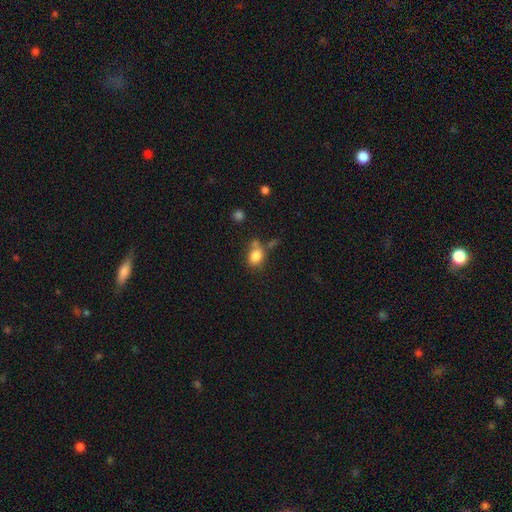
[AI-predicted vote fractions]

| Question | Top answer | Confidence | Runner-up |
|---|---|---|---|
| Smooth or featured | smooth | 82% | star or artifact (10%) |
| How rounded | in between | 60% | round (38%) |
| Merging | none | 48% | merger (25%) |